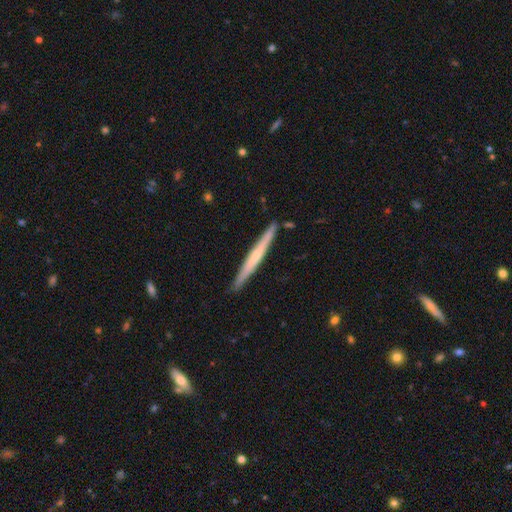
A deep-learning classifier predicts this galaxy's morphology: Q: Smooth or featured?
A: featured or disk (51%); runner-up: smooth (44%)
Q: Edge-on disk?
A: yes (97%); runner-up: no (3%)
Q: Merging?
A: none (90%); runner-up: minor disturbance (8%)